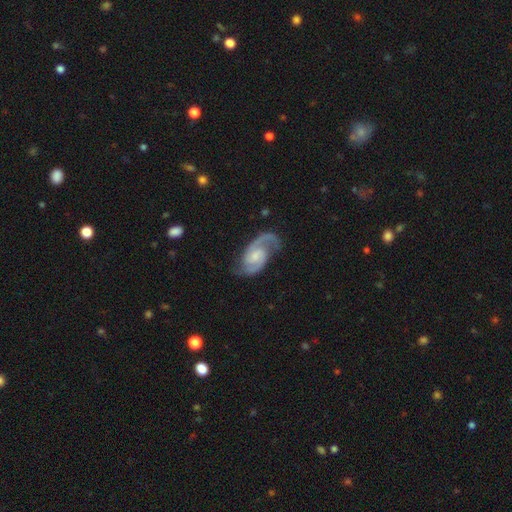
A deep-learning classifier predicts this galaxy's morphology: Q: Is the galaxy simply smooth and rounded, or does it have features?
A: featured or disk — 91%.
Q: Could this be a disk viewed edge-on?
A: no — 98%.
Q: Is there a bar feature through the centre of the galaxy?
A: no — 47%.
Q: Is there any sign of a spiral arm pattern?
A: yes — 98%.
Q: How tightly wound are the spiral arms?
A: medium — 58%.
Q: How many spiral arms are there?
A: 2 — 92%.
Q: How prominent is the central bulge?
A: small — 44%.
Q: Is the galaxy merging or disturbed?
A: none — 76%.